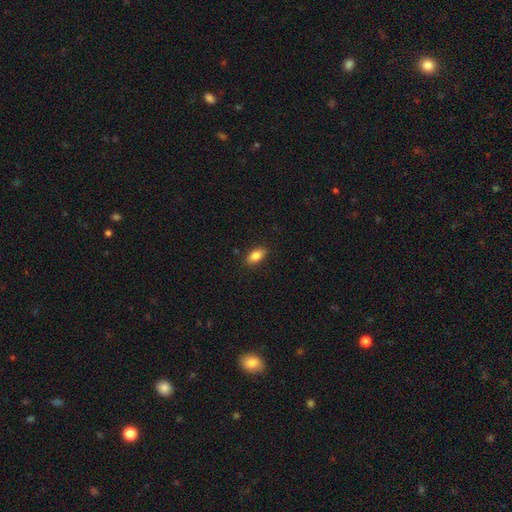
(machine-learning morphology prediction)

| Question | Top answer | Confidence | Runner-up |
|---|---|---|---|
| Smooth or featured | smooth | 84% | featured or disk (8%) |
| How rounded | in between | 90% | round (5%) |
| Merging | none | 89% | minor disturbance (8%) |